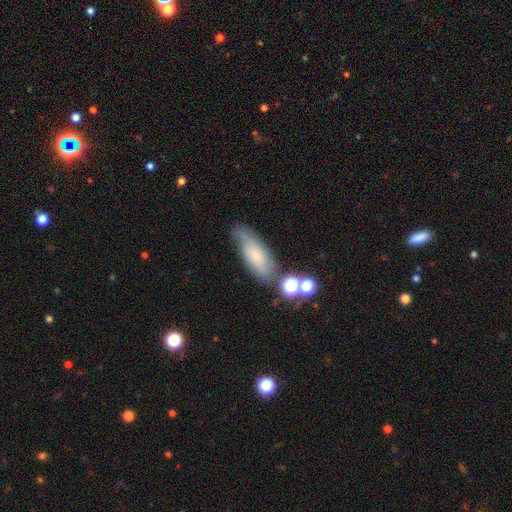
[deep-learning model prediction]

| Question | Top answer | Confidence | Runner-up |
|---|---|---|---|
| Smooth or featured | smooth | 54% | featured or disk (35%) |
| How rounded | in between | 66% | cigar-shaped (30%) |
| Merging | none | 57% | minor disturbance (25%) |